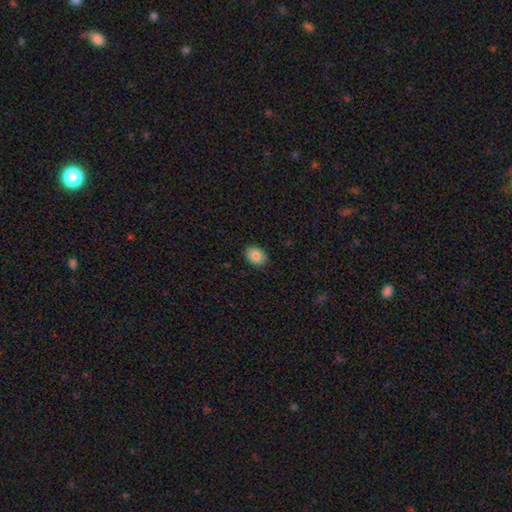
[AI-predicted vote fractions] This is clearly a smooth galaxy (83%). How rounded: likely in between (65%). Merging: clearly none (88%).